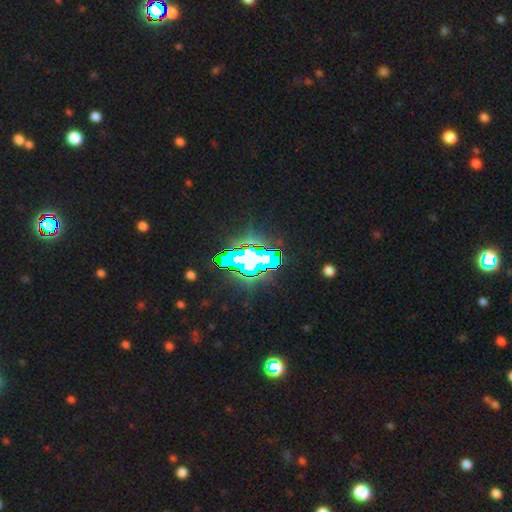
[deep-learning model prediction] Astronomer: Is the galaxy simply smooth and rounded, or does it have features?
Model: star or artifact — 82%.